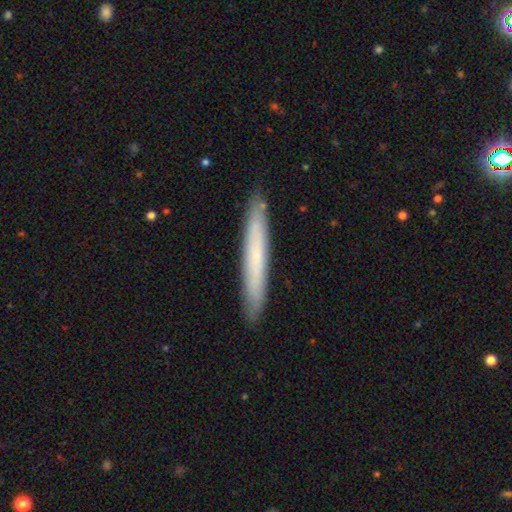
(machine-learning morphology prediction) smooth_or_featured: smooth (p=0.57) [alt: featured or disk p=0.37]
how_rounded: cigar-shaped (p=0.96) [alt: in between p=0.03]
merging: none (p=0.91) [alt: minor disturbance p=0.07]